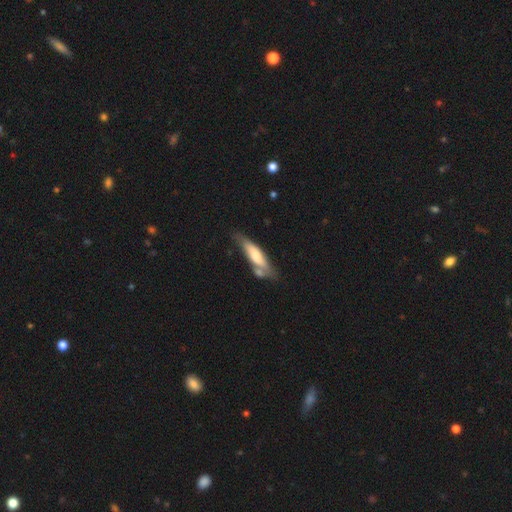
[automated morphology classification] type=smooth (59%); roundness=cigar-shaped (67%); merging=none (47%).